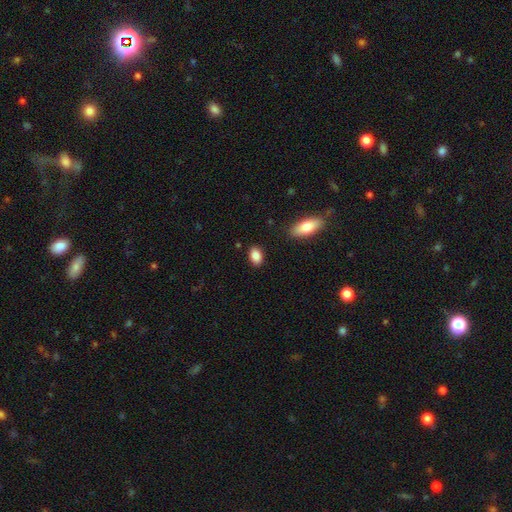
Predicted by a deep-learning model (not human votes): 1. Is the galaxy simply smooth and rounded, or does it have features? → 87% smooth, 7% star or artifact, 5% featured or disk.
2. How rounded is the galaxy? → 87% in between, 11% round, 2% cigar-shaped.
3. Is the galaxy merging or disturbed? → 87% none, 9% minor disturbance, 2% major disturbance, 2% merger.